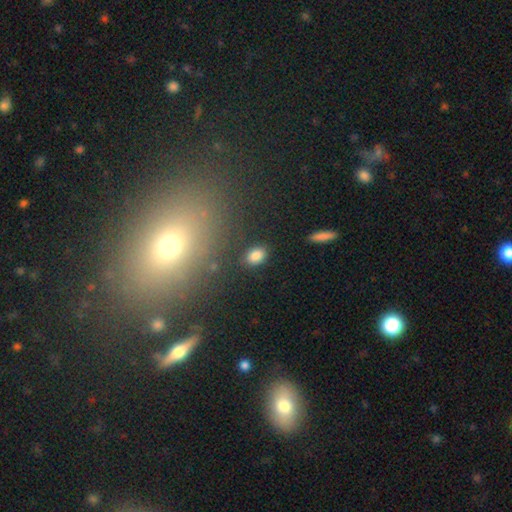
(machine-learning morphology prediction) This is clearly a smooth galaxy (84%). How rounded: clearly in between (82%). Merging: clearly none (85%).